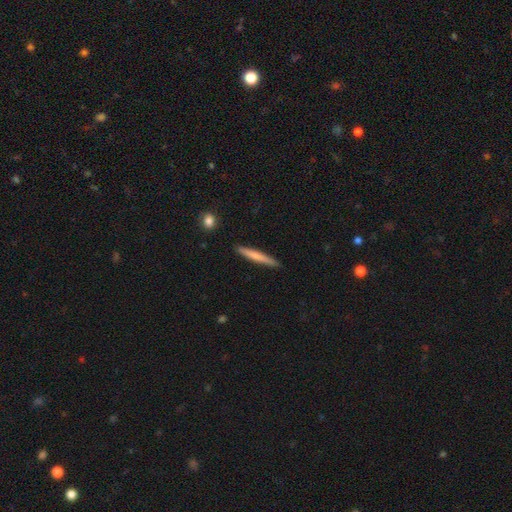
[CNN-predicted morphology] Smooth or featured: smooth — 67% (featured or disk — 28%)
How rounded: cigar-shaped — 96% (in between — 3%)
Merging: none — 89% (minor disturbance — 8%)